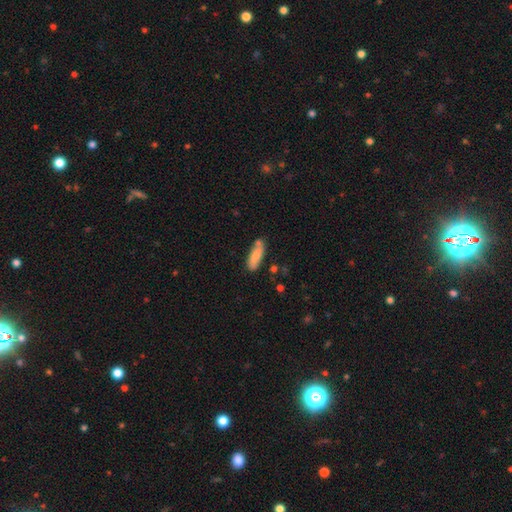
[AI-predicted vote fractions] Q: Smooth or featured?
A: smooth (80%); runner-up: featured or disk (13%)
Q: How rounded?
A: in between (50%); runner-up: cigar-shaped (48%)
Q: Merging?
A: none (66%); runner-up: minor disturbance (18%)